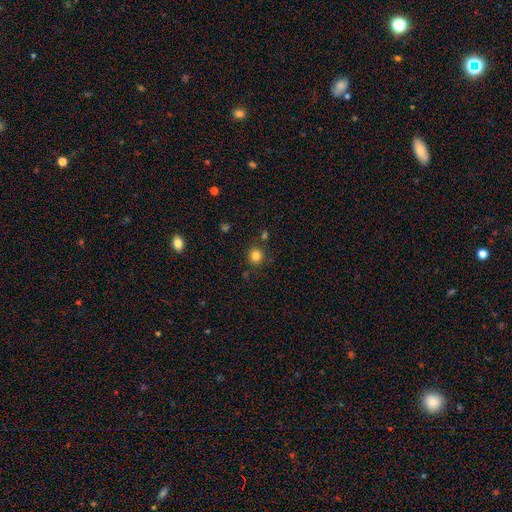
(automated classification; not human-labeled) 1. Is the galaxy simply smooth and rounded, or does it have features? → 82% smooth, 13% star or artifact, 5% featured or disk.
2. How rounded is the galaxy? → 92% round, 7% in between, 1% cigar-shaped.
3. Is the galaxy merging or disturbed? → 84% none, 8% minor disturbance, 5% merger, 3% major disturbance.